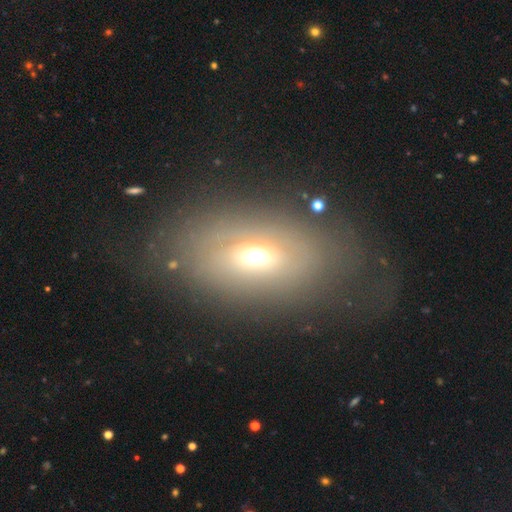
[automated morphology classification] Smooth or featured: smooth — 46% (featured or disk — 42%)
Merging: none — 62% (minor disturbance — 20%)